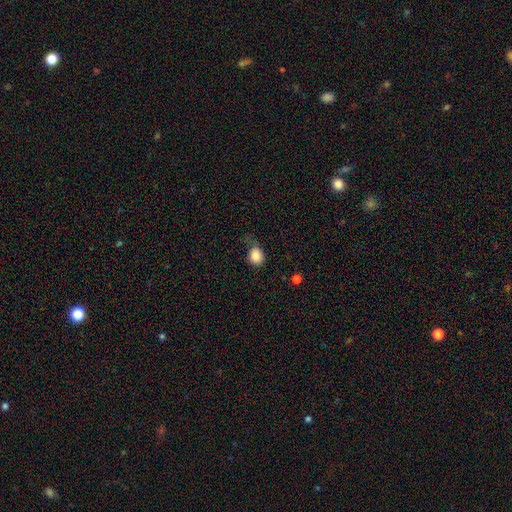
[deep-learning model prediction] Smooth or featured?
  - smooth: 86% *
  - star or artifact: 9%
  - featured or disk: 5%
How rounded?
  - round: 59% *
  - in between: 39%
  - cigar-shaped: 1%
Merging?
  - none: 44% *
  - minor disturbance: 33%
  - major disturbance: 20%
  - merger: 3%